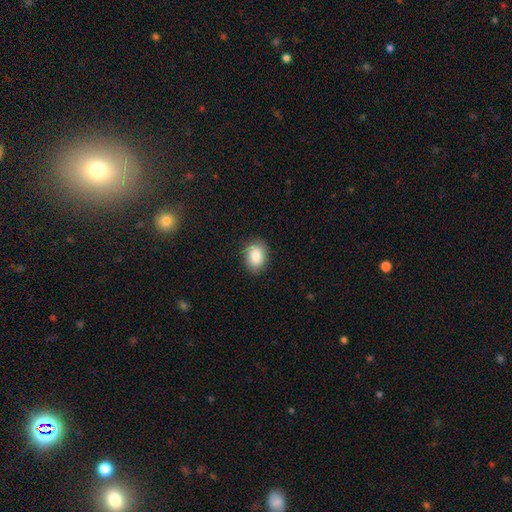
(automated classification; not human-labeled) A smooth galaxy with no disk features (86%) that is in between round and cigar-shaped (78%).

Vote fractions:
- Smooth or featured? smooth: 86% / star or artifact: 7% / featured or disk: 6%
- How rounded? in between: 78% / round: 21% / cigar-shaped: 1%
- Merging? none: 84% / minor disturbance: 12% / major disturbance: 3% / merger: 1%